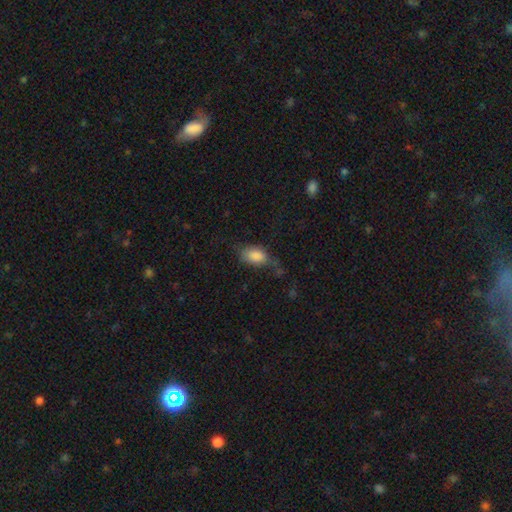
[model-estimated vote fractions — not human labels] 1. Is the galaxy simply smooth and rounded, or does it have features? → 84% smooth, 8% featured or disk, 8% star or artifact.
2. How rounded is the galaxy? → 89% in between, 8% round, 2% cigar-shaped.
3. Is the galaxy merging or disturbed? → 45% none, 31% minor disturbance, 20% major disturbance, 4% merger.